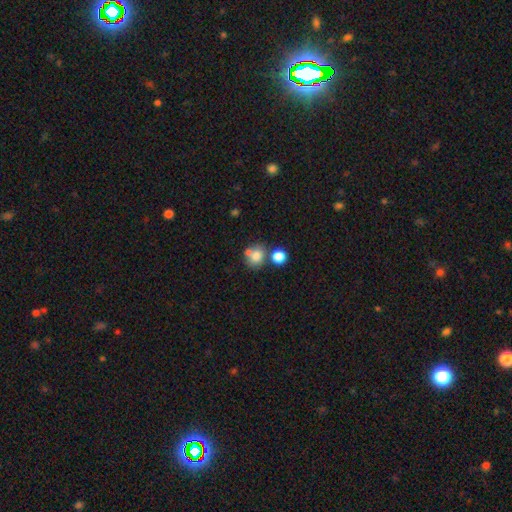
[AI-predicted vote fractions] smooth 78%, star or artifact 12%, featured or disk 11%. Down the decision tree: how rounded — round (71%); merging — none (49%).